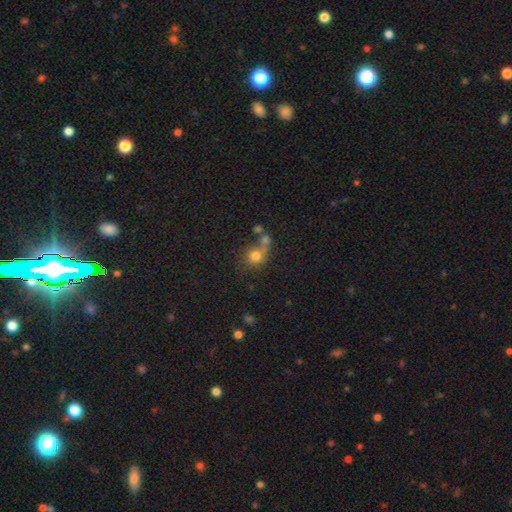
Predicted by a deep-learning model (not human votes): A smooth galaxy with no disk features (74%) that is round (85%). Merging: none (45%).